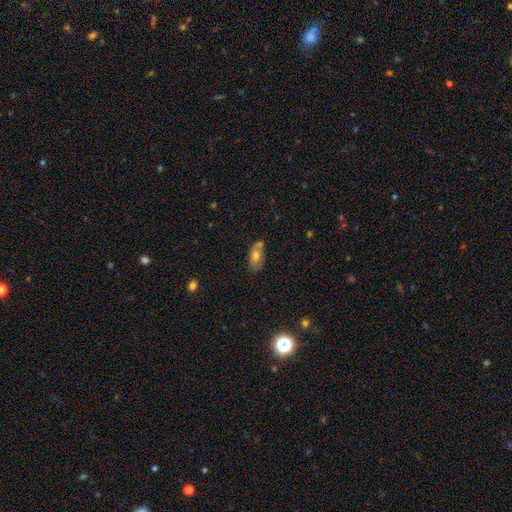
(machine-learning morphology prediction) Smooth or featured: smooth — 65% (featured or disk — 27%)
How rounded: in between — 90% (round — 7%)
Merging: none — 57% (minor disturbance — 22%)